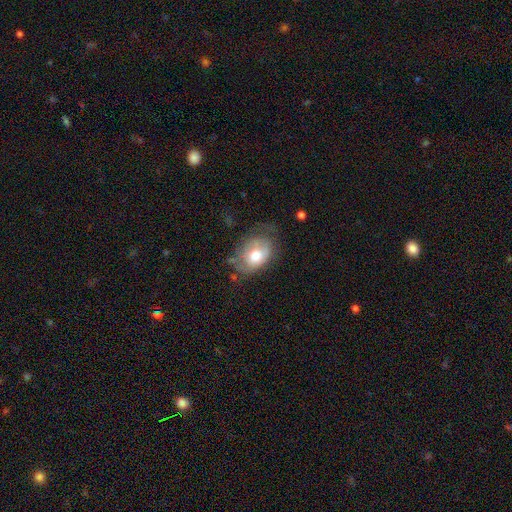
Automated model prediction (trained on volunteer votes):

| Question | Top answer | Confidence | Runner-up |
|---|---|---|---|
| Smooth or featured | smooth | 64% | featured or disk (29%) |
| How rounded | in between | 76% | round (23%) |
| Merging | none | 41% | minor disturbance (34%) |